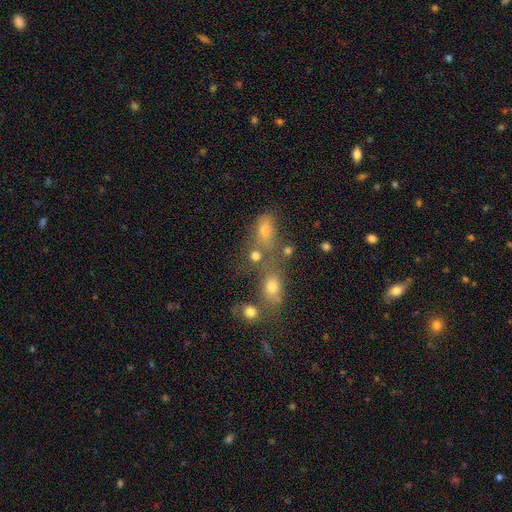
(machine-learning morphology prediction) smooth-or-featured: smooth: 70% | star or artifact: 18% | featured or disk: 12%
  how-rounded: round: 54% | in between: 43% | cigar-shaped: 3%
  merging: none: 43% | merger: 36% | minor disturbance: 12% | major disturbance: 9%